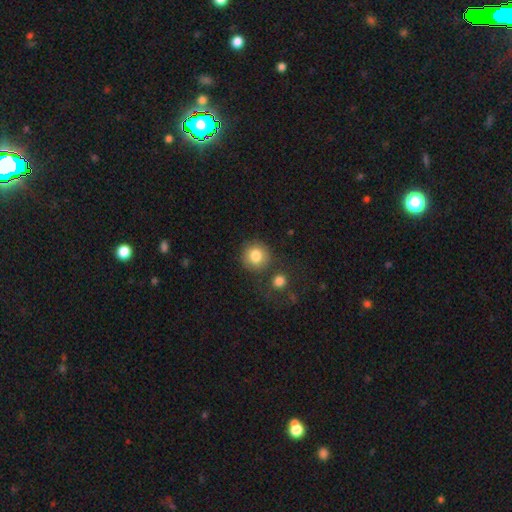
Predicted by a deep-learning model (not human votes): A smooth galaxy with no disk features (83%) that is round (91%). Merging: none (80%).